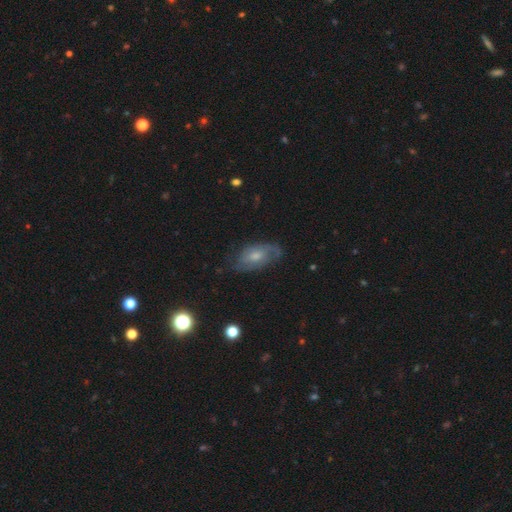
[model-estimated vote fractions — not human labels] A featured or disk galaxy (62%) with no bar (66%), spiral arms (84%) and a moderate central bulge (56%).

Vote fractions:
- Smooth or featured? featured or disk: 62% / smooth: 30% / star or artifact: 8%
- Edge-on disk? no: 92% / yes: 8%
- Bar? no: 66% / weak: 30% / strong: 4%
- Spiral arms? yes: 84% / no: 16%
- Bulge size? moderate: 56% / small: 30% / large: 7% / none: 5% / dominant: 1%
- Merging? none: 67% / minor disturbance: 23% / major disturbance: 8% / merger: 2%